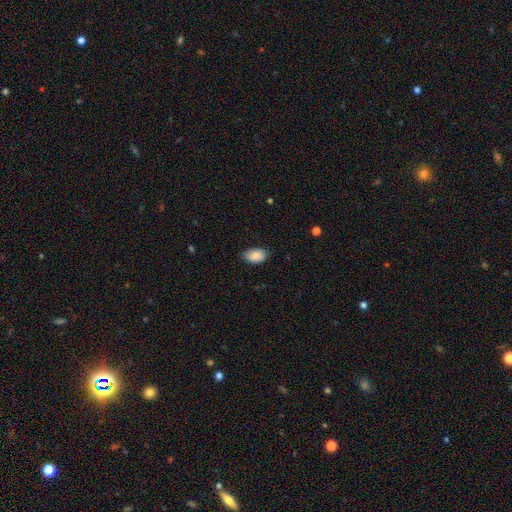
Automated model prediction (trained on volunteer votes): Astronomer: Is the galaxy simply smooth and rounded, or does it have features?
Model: smooth — 89%.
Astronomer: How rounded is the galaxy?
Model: in between — 92%.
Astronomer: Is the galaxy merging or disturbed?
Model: none — 77%.